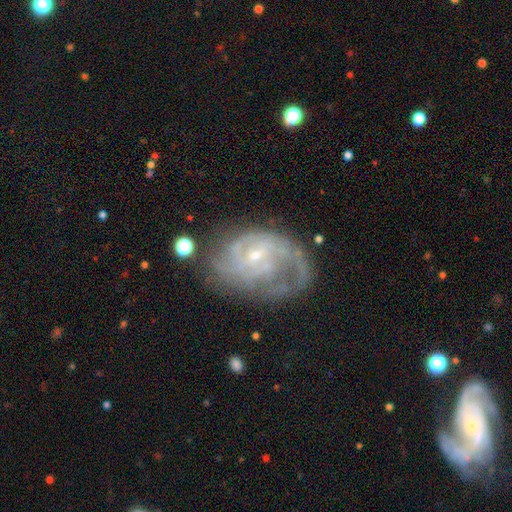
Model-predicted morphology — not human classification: Q: Smooth or featured?
A: featured or disk (82%); runner-up: smooth (11%)
Q: Edge-on disk?
A: no (97%); runner-up: yes (3%)
Q: Bar?
A: no (55%); runner-up: weak (38%)
Q: Spiral arms?
A: yes (89%); runner-up: no (11%)
Q: Spiral winding?
A: tight (49%); runner-up: medium (36%)
Q: Spiral arm count?
A: can't tell (42%); runner-up: 2 (23%)
Q: Bulge size?
A: small (76%); runner-up: moderate (19%)
Q: Merging?
A: none (52%); runner-up: minor disturbance (23%)